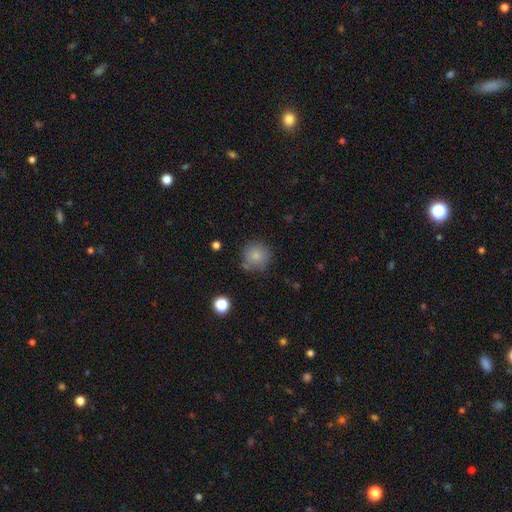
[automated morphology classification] smooth 82%, star or artifact 10%, featured or disk 8%. Down the decision tree: how rounded — round (93%); merging — none (75%).